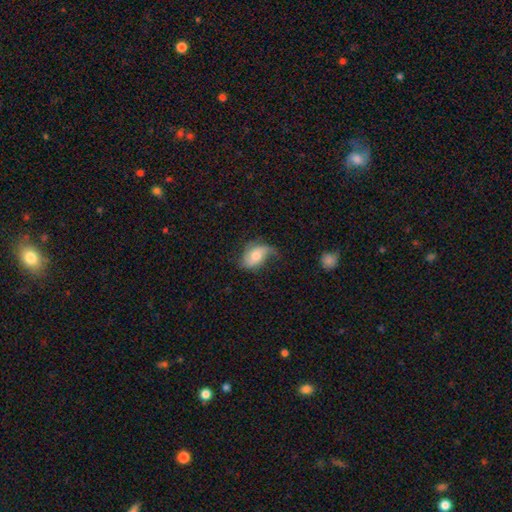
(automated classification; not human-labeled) smooth-or-featured: featured or disk: 47% | smooth: 46% | star or artifact: 8%
  merging: none: 39% | minor disturbance: 35% | major disturbance: 25% | merger: 2%